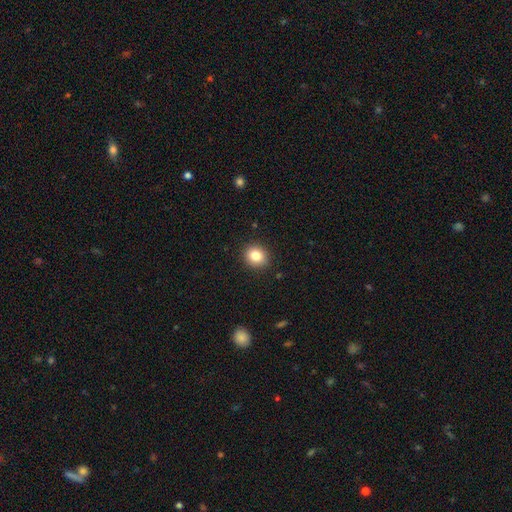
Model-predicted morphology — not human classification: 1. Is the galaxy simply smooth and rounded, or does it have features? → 84% smooth, 10% star or artifact, 6% featured or disk.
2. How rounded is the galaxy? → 80% round, 19% in between, 1% cigar-shaped.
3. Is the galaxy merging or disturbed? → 90% none, 7% minor disturbance, 2% major disturbance, 1% merger.